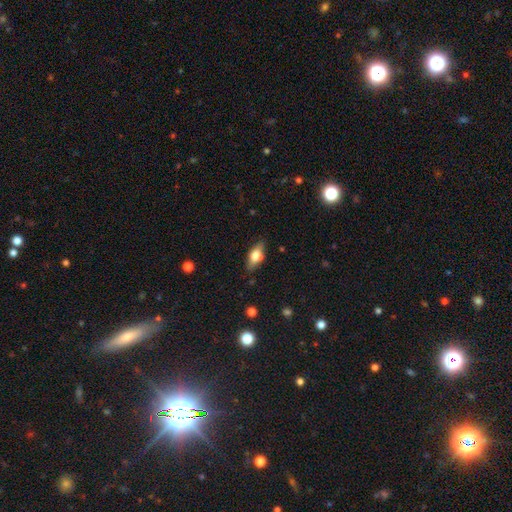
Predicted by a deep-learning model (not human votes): Smooth or featured?
  - smooth: 60% *
  - featured or disk: 32%
  - star or artifact: 8%
How rounded?
  - in between: 79% *
  - cigar-shaped: 16%
  - round: 5%
Merging?
  - none: 80% *
  - minor disturbance: 15%
  - major disturbance: 3%
  - merger: 2%